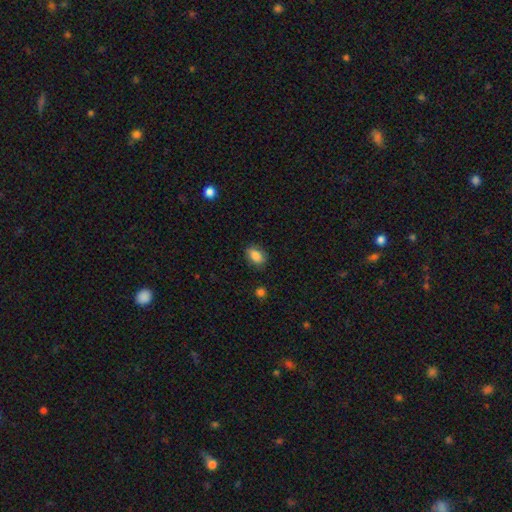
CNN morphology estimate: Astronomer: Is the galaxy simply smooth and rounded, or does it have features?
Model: smooth — 85%.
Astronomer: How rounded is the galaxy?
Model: in between — 84%.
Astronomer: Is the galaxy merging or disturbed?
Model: none — 85%.